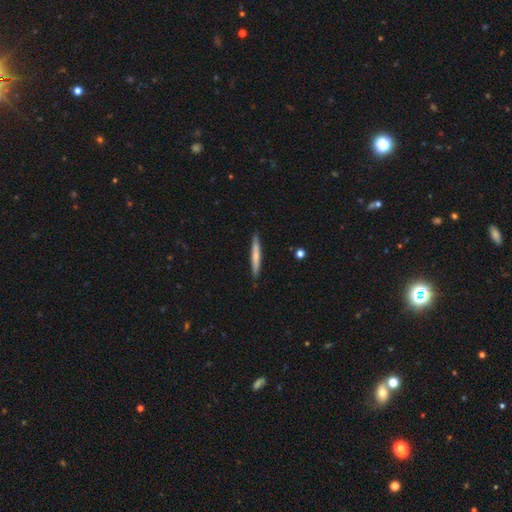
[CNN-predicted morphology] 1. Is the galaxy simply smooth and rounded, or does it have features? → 60% smooth, 35% featured or disk, 5% star or artifact.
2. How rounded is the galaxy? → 95% cigar-shaped, 3% in between, 1% round.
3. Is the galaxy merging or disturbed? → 88% none, 9% minor disturbance, 2% major disturbance, 1% merger.